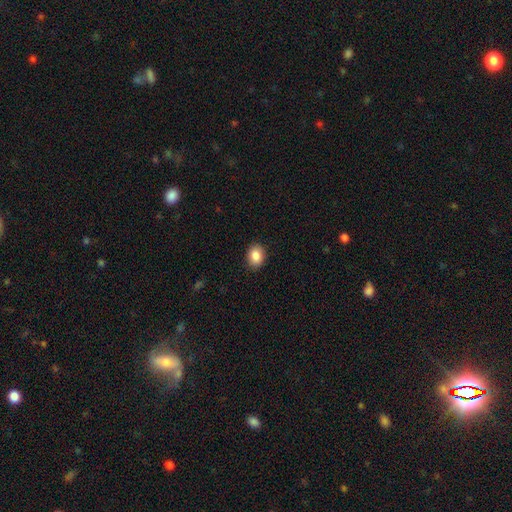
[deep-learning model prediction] This appears to be a smooth galaxy with no disk features (87%) that is in between round and cigar-shaped (59%). Merging: none (89%).